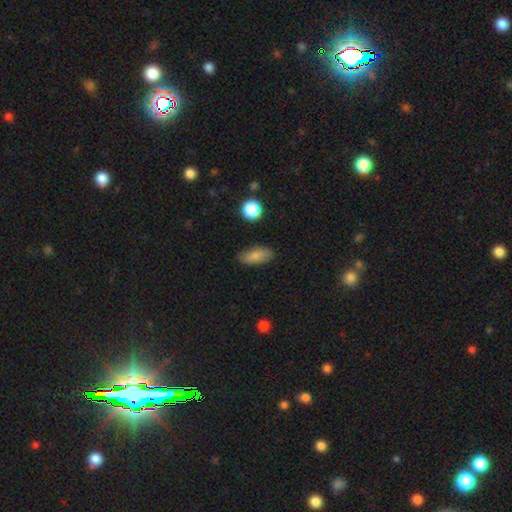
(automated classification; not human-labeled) smooth 79%, featured or disk 13%, star or artifact 8%. Down the decision tree: how rounded — in between (81%); merging — none (79%).